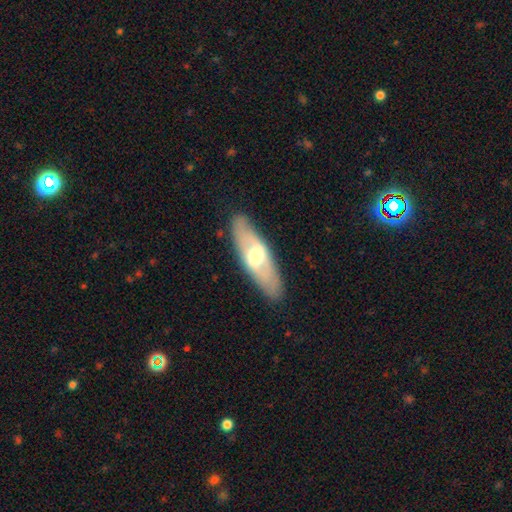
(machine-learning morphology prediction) This appears to be a featured or disk galaxy (56%). Merging: none (85%).